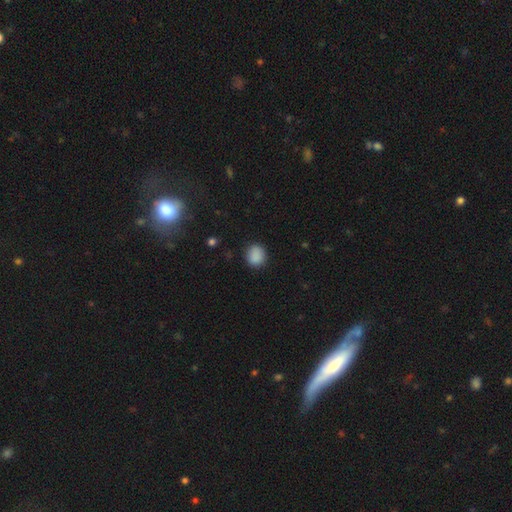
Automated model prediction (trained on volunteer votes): Smooth or featured?
  - smooth: 88% *
  - star or artifact: 9%
  - featured or disk: 3%
How rounded?
  - round: 76% *
  - in between: 23%
  - cigar-shaped: 1%
Merging?
  - none: 86% *
  - minor disturbance: 10%
  - major disturbance: 3%
  - merger: 1%